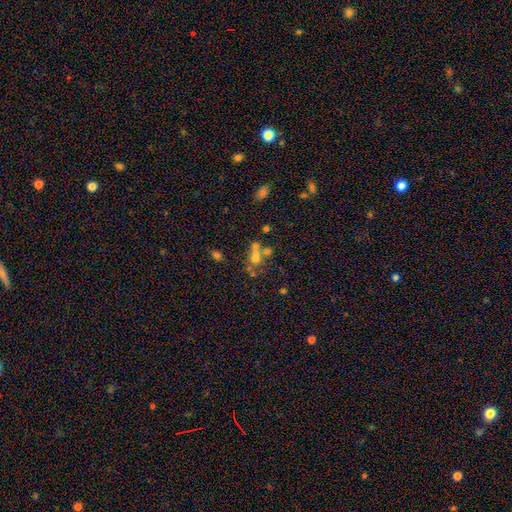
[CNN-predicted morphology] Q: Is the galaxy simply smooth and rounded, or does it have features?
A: smooth — 51%.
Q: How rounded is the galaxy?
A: round — 59%.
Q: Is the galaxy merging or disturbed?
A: merger — 50%.